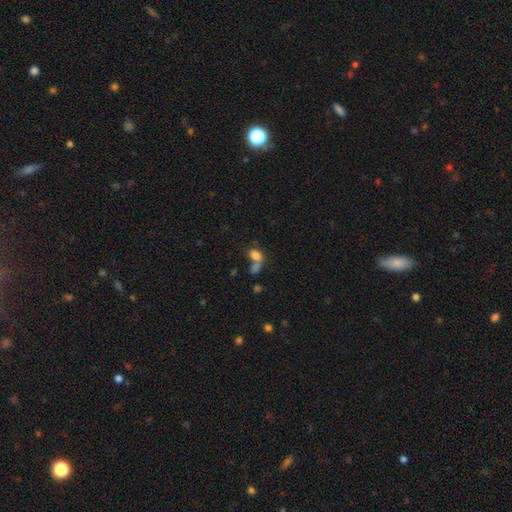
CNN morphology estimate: Smooth or featured: smooth — 77% (star or artifact — 12%)
How rounded: in between — 81% (round — 16%)
Merging: merger — 54% (none — 28%)